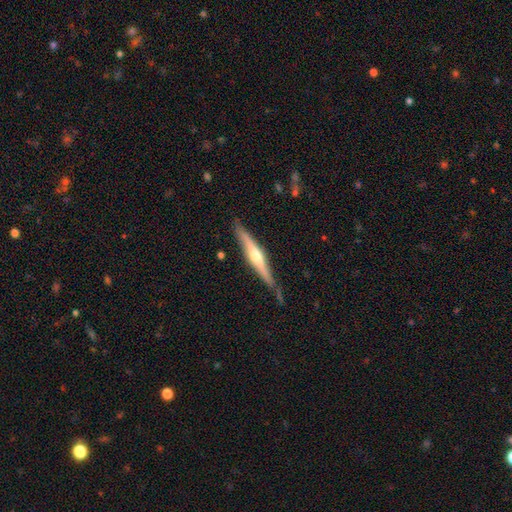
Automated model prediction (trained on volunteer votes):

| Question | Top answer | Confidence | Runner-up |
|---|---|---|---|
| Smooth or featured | featured or disk | 72% | smooth (23%) |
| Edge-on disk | yes | 97% | no (3%) |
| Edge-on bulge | rounded | 83% | none (8%) |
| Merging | none | 81% | minor disturbance (15%) |